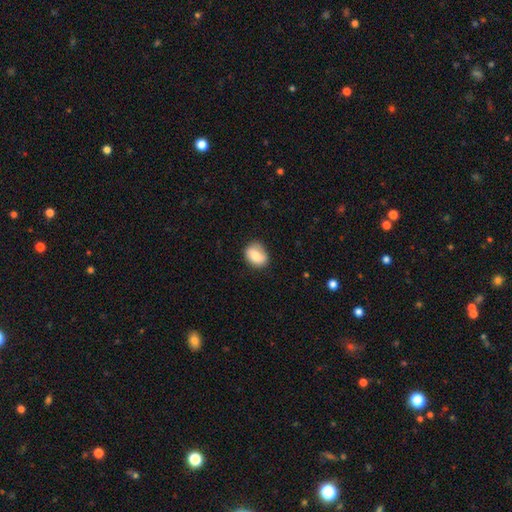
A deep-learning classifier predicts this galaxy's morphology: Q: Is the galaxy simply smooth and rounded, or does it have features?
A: smooth — 81%.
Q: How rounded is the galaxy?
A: in between — 61%.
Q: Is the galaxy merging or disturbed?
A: none — 72%.